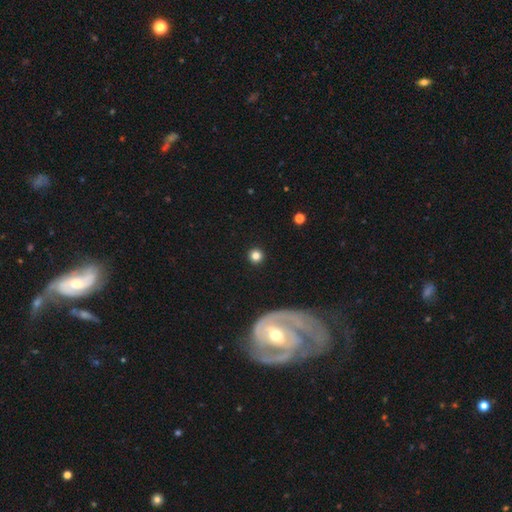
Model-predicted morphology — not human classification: Overall: smooth (82%). How rounded: round (95%). Merging: none (92%).